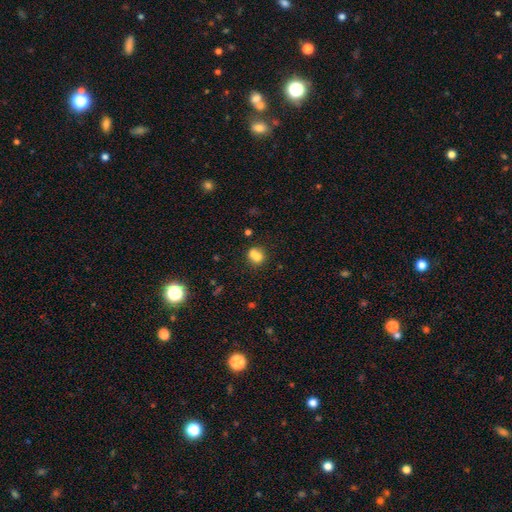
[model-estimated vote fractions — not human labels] This is likely a smooth galaxy (71%). How rounded: likely round (78%). Merging: possibly merger (54%).